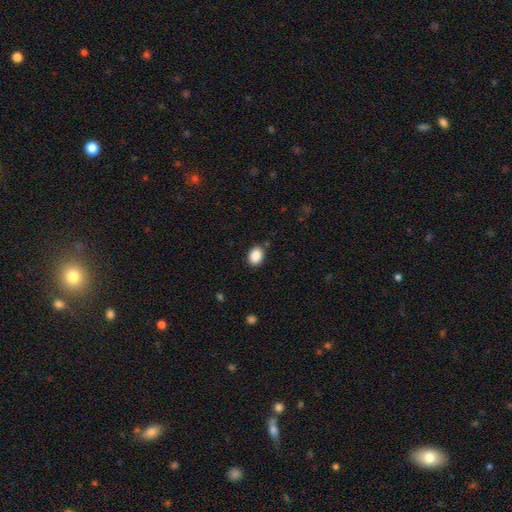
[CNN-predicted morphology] Smooth or featured: smooth — 89% (star or artifact — 8%)
How rounded: in between — 65% (round — 34%)
Merging: none — 86% (minor disturbance — 10%)